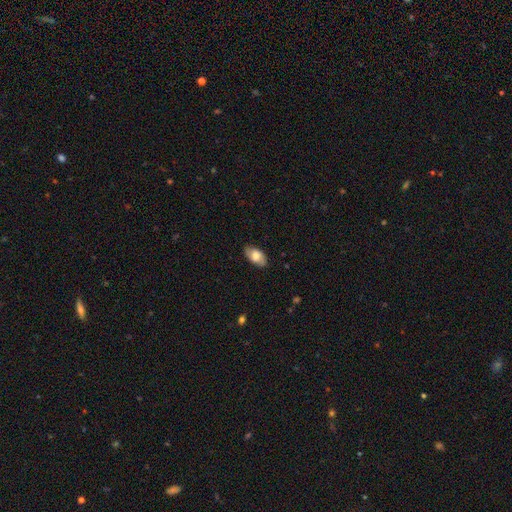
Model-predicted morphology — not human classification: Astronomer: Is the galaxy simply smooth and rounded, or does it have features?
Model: smooth — 70%.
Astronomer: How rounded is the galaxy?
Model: in between — 93%.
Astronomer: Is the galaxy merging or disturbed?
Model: none — 83%.